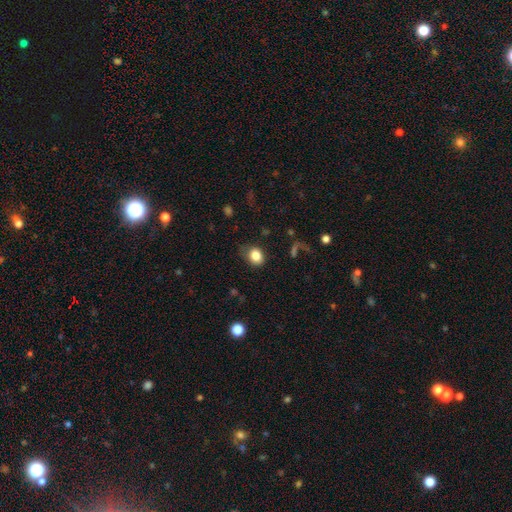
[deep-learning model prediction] A smooth galaxy with no disk features (83%) that is round (50%).

Vote fractions:
- Smooth or featured? smooth: 83% / star or artifact: 9% / featured or disk: 7%
- How rounded? round: 50% / in between: 49% / cigar-shaped: 1%
- Merging? none: 72% / minor disturbance: 19% / major disturbance: 7% / merger: 2%